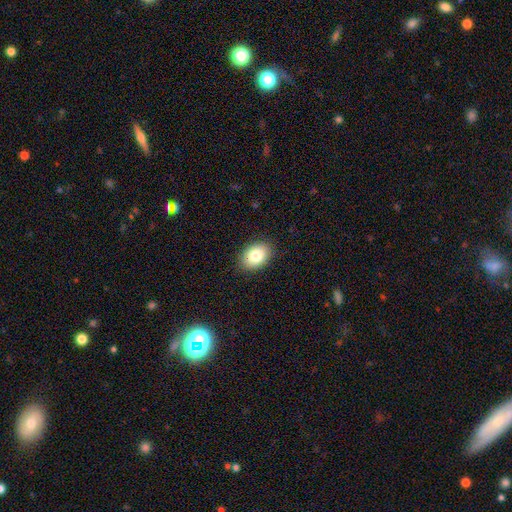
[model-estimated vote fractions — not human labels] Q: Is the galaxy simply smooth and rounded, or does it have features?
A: smooth — 83%.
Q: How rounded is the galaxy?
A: in between — 78%.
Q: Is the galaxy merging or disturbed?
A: none — 87%.